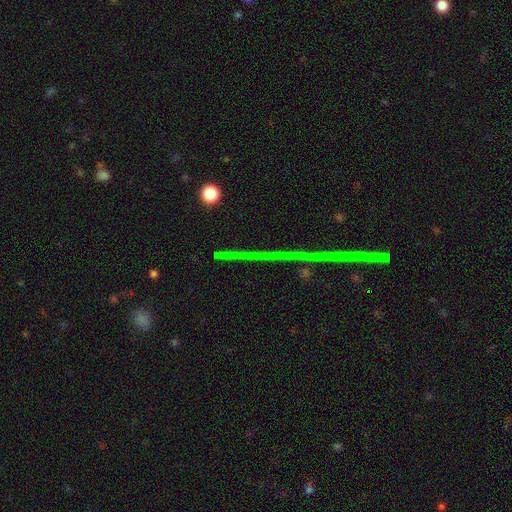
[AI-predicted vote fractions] Q: Smooth or featured?
A: star or artifact (77%); runner-up: featured or disk (14%)